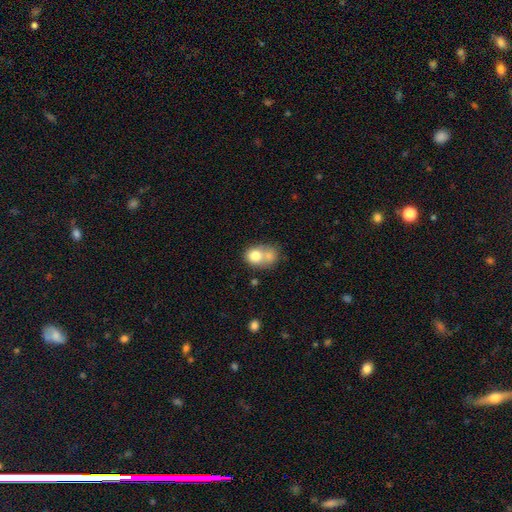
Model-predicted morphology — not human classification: This is likely a smooth galaxy (76%). How rounded: likely round (60%). Merging: likely merger (64%).